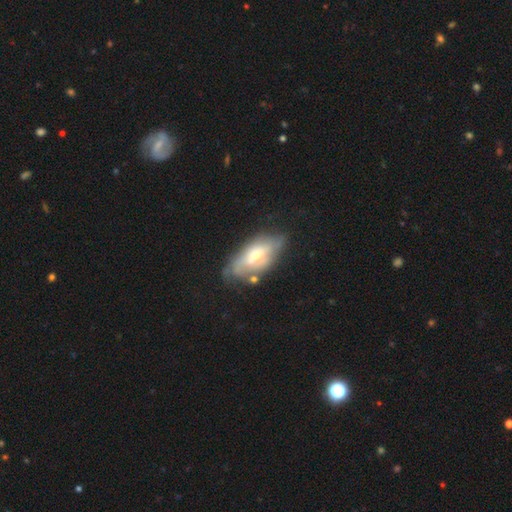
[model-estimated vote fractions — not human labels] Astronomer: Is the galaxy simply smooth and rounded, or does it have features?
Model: featured or disk — 56% (runner-up: smooth, 37%).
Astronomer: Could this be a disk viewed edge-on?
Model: no — 77%.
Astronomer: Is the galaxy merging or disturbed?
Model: none — 52% (runner-up: minor disturbance, 29%).